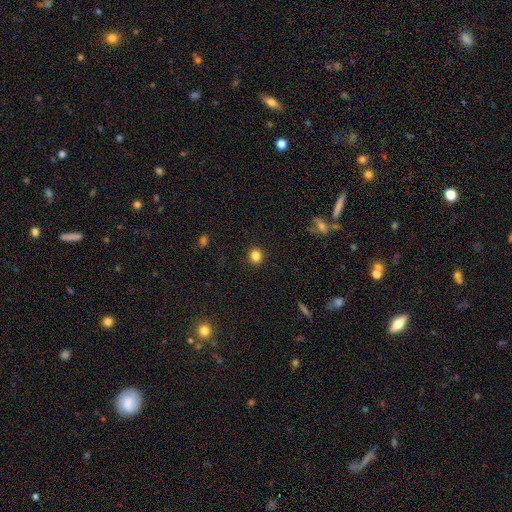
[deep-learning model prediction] Morphology: type=smooth (83%); roundness=round (85%); merging=none (91%).